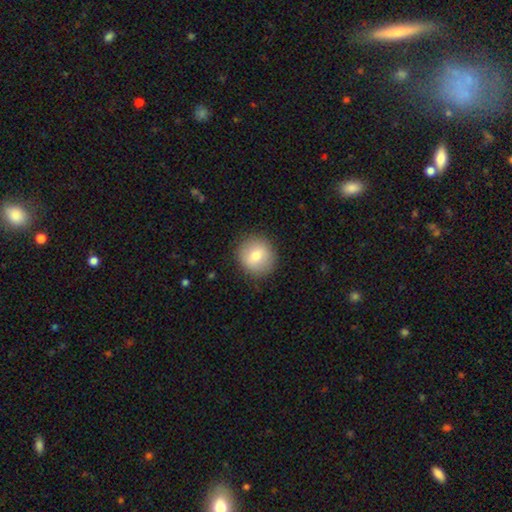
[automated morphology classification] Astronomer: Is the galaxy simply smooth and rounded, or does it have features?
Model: smooth — 77%.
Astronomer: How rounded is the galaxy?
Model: round — 91%.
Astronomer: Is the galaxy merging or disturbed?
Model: none — 89%.